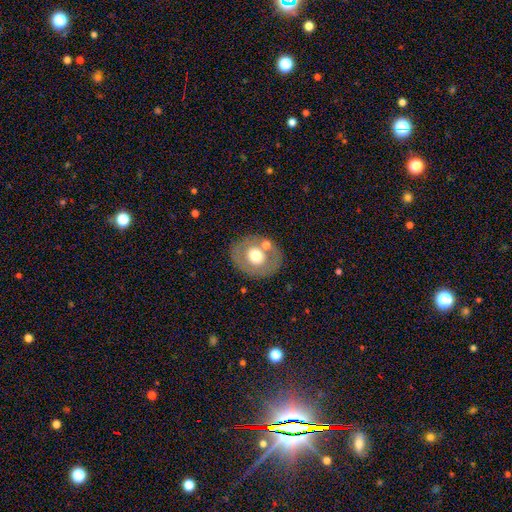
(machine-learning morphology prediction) Q: Smooth or featured?
A: smooth (55%); runner-up: featured or disk (36%)
Q: How rounded?
A: round (70%); runner-up: in between (29%)
Q: Merging?
A: none (74%); runner-up: minor disturbance (11%)